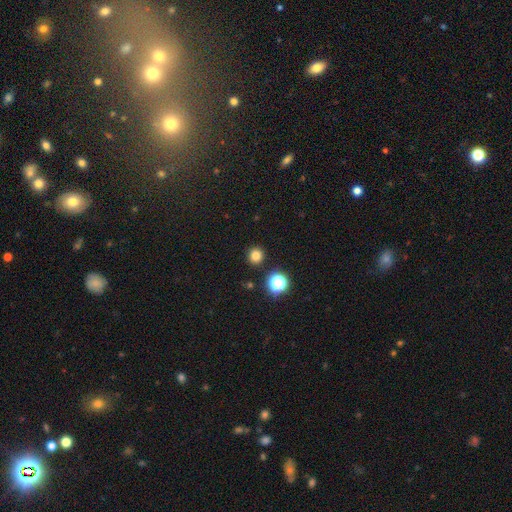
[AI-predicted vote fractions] Overall: smooth (79%). How rounded: round (92%). Merging: none (91%).